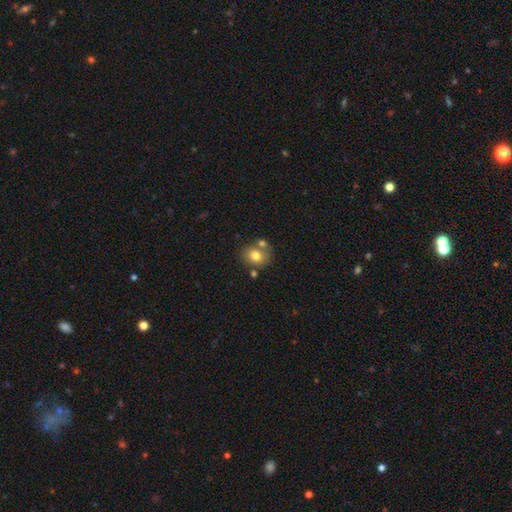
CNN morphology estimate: This is likely a smooth galaxy (76%). How rounded: likely round (64%). Merging: likely none (63%).